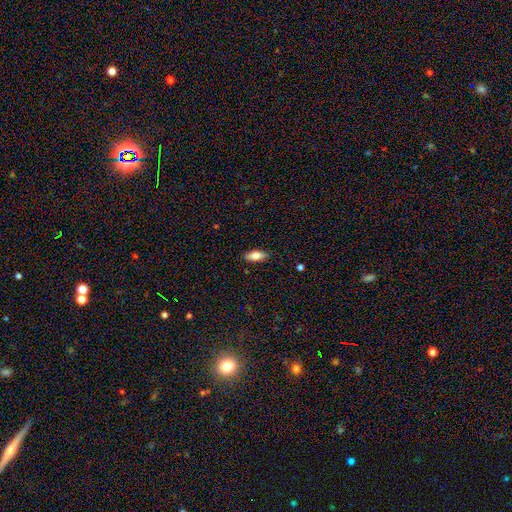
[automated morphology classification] Q: Smooth or featured?
A: smooth (83%); runner-up: featured or disk (10%)
Q: How rounded?
A: in between (80%); runner-up: cigar-shaped (18%)
Q: Merging?
A: none (86%); runner-up: minor disturbance (10%)